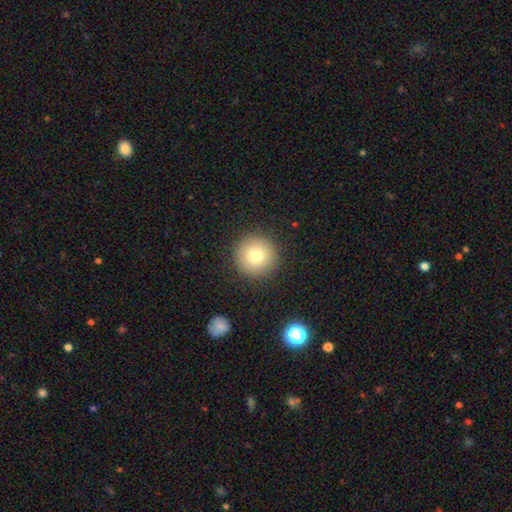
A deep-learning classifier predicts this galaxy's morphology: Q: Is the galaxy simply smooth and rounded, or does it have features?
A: smooth — 77%.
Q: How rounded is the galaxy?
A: round — 96%.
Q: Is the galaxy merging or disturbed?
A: none — 91%.